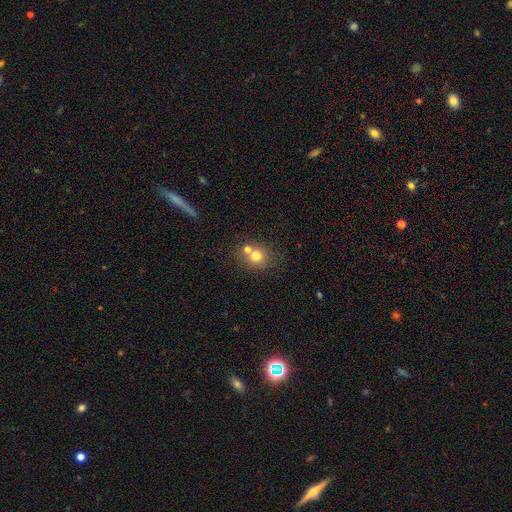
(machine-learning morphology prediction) A smooth galaxy with no disk features (74%) that is round (78%). Merging: none (52%).